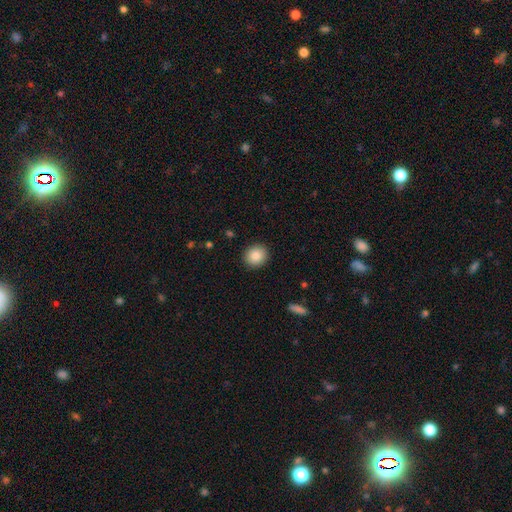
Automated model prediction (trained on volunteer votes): Q: Smooth or featured?
A: smooth (87%); runner-up: star or artifact (8%)
Q: How rounded?
A: round (83%); runner-up: in between (16%)
Q: Merging?
A: none (91%); runner-up: minor disturbance (6%)